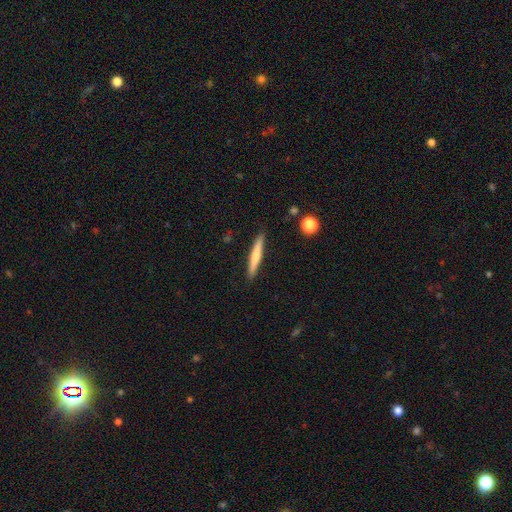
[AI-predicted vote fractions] smooth_or_featured: smooth (p=0.62) [alt: featured or disk p=0.32]
how_rounded: cigar-shaped (p=0.94) [alt: in between p=0.04]
merging: none (p=0.89) [alt: minor disturbance p=0.08]